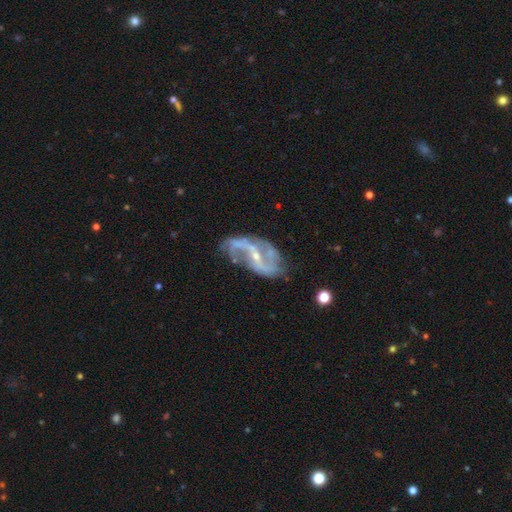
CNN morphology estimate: Smooth or featured? Predicted: featured or disk (p=0.87). Edge-on disk? Predicted: no (p=0.95). Bar? Predicted: weak (p=0.35, tied with strong). Spiral arms? Predicted: yes (p=0.91). Spiral winding? Predicted: loose (p=0.65). Spiral arm count? Predicted: 2 (p=0.84). Bulge size? Predicted: small (p=0.74). Merging? Predicted: none (p=0.55).